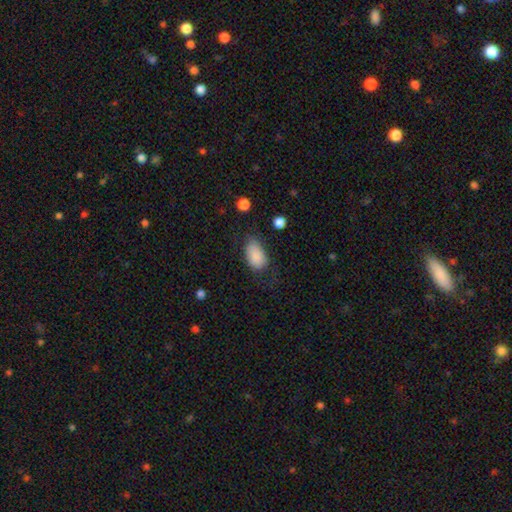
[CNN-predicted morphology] type=smooth (87%); roundness=in between (92%); merging=none (57%).